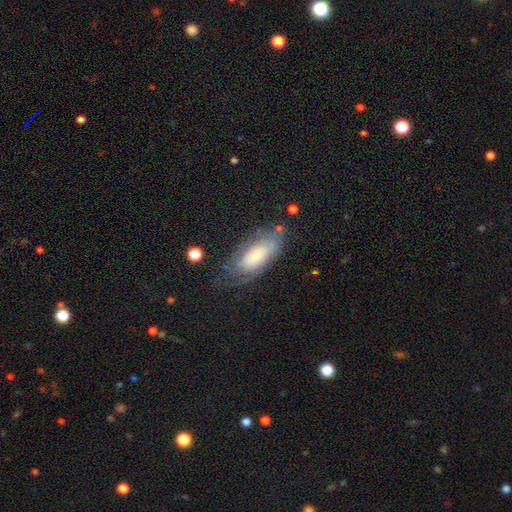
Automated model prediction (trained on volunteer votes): Smooth or featured?
  - featured or disk: 47% *
  - smooth: 46%
  - star or artifact: 7%
Merging?
  - none: 58% *
  - minor disturbance: 26%
  - major disturbance: 13%
  - merger: 3%